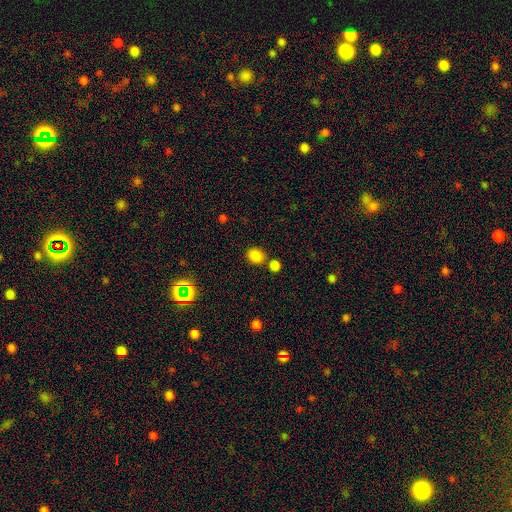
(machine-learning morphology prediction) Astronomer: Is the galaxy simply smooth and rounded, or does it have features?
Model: smooth — 83%.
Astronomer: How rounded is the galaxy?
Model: round — 61% (runner-up: in between, 38%).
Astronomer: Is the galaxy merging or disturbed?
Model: none — 69%.